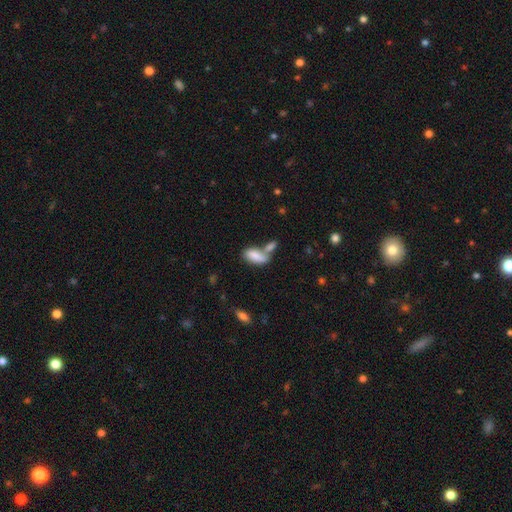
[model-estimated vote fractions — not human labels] This appears to be a smooth galaxy with no disk features (79%) that is in between round and cigar-shaped (86%). Merging: merger (50%).